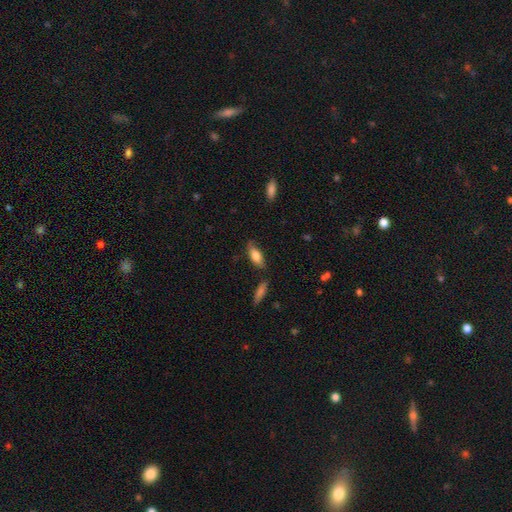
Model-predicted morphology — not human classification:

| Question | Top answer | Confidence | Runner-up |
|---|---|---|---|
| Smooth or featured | smooth | 76% | featured or disk (18%) |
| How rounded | in between | 70% | cigar-shaped (27%) |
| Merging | none | 72% | minor disturbance (20%) |